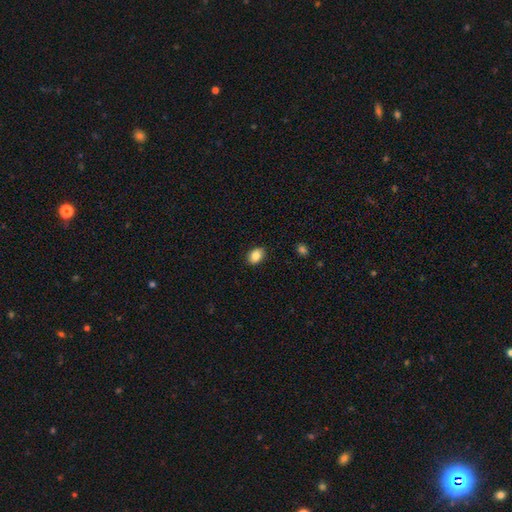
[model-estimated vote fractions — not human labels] Smooth or featured? smooth (85%)
How rounded? in between (73%)
Merging? none (89%)